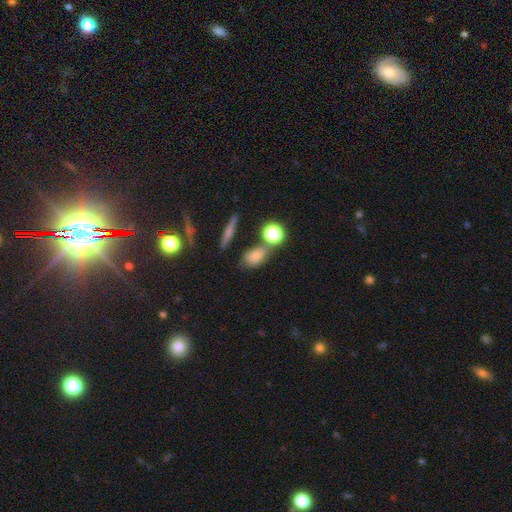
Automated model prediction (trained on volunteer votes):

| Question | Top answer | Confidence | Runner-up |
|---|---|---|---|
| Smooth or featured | smooth | 70% | star or artifact (16%) |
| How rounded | in between | 66% | round (28%) |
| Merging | none | 56% | merger (19%) |